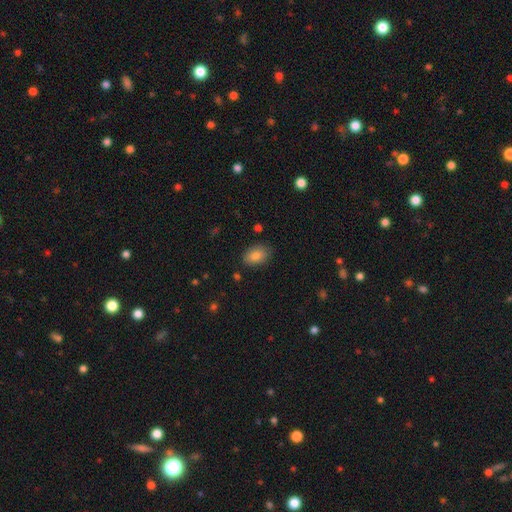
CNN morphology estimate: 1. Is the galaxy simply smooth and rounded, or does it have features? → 83% smooth, 9% featured or disk, 8% star or artifact.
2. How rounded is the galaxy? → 84% in between, 14% round, 1% cigar-shaped.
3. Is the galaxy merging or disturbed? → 82% none, 14% minor disturbance, 3% major disturbance, 2% merger.